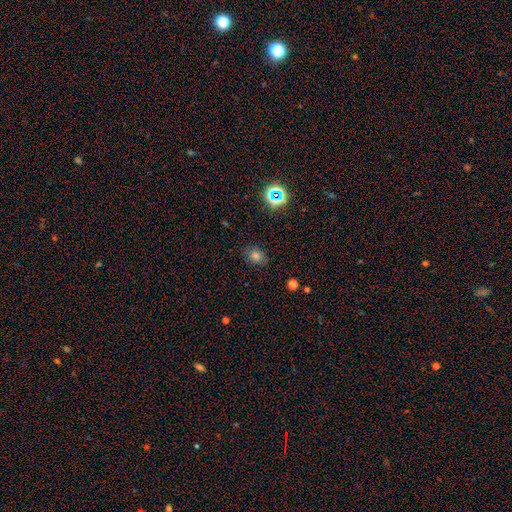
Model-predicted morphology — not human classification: Smooth or featured: smooth — 72% (star or artifact — 19%)
How rounded: in between — 64% (round — 35%)
Merging: none — 82% (minor disturbance — 13%)